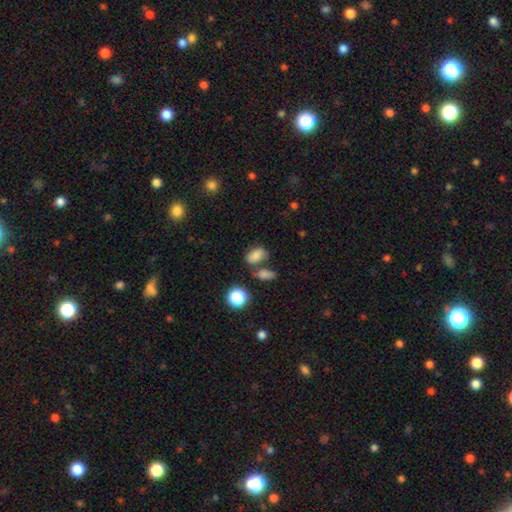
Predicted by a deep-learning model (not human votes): smooth-or-featured: smooth: 79% | star or artifact: 12% | featured or disk: 9%
  how-rounded: in between: 86% | round: 12% | cigar-shaped: 2%
  merging: none: 51% | merger: 27% | minor disturbance: 15% | major disturbance: 6%